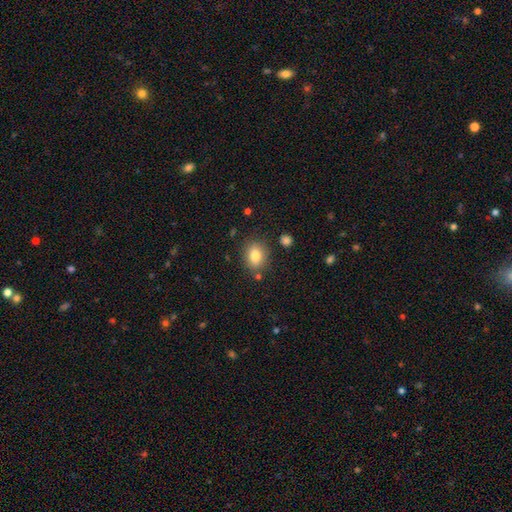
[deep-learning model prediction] Morphology: type=smooth (79%); roundness=in between (55%); merging=none (82%).